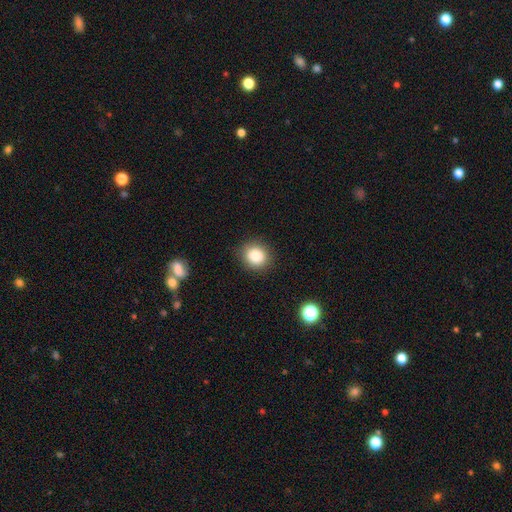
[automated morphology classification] Smooth or featured? smooth (86%)
How rounded? round (80%)
Merging? none (89%)